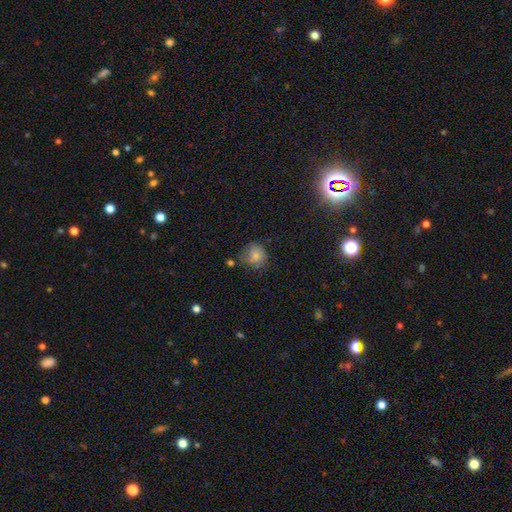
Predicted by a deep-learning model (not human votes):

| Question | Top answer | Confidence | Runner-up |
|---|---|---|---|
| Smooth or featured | smooth | 79% | star or artifact (11%) |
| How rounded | round | 80% | in between (19%) |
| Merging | none | 60% | minor disturbance (25%) |